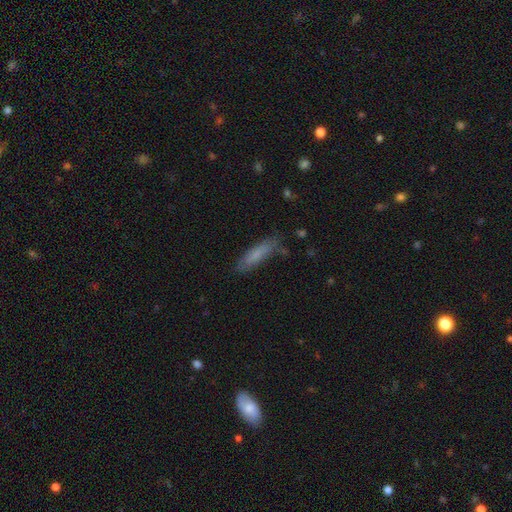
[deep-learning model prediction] Smooth or featured? Predicted: smooth (p=0.76). How rounded? Predicted: cigar-shaped (p=0.76). Merging? Predicted: none (p=0.78).